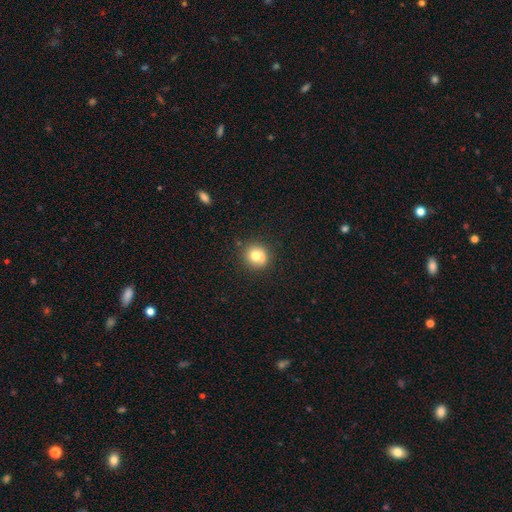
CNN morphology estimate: This appears to be a smooth galaxy with no disk features (74%) that is round (88%). Merging: none (78%).